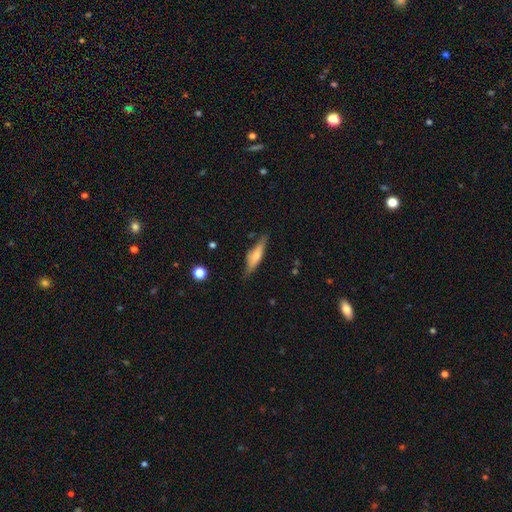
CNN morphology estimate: Smooth or featured?
  - featured or disk: 51% *
  - smooth: 42%
  - star or artifact: 7%
Edge-on disk?
  - yes: 90% *
  - no: 10%
Merging?
  - none: 76% *
  - minor disturbance: 18%
  - major disturbance: 4%
  - merger: 2%